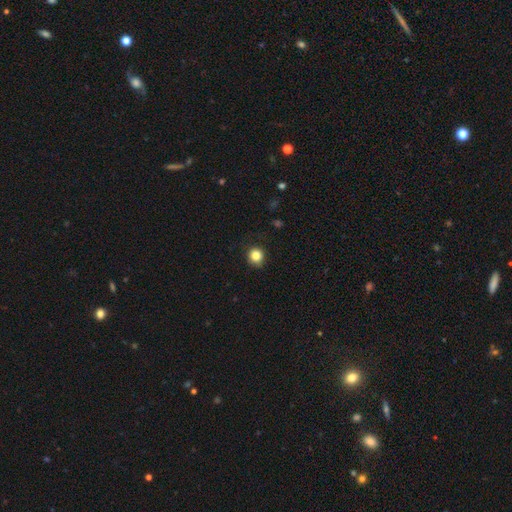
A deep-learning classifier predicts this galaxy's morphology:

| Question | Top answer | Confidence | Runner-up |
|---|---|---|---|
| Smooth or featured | smooth | 85% | star or artifact (11%) |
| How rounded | round | 91% | in between (8%) |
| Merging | none | 87% | minor disturbance (9%) |